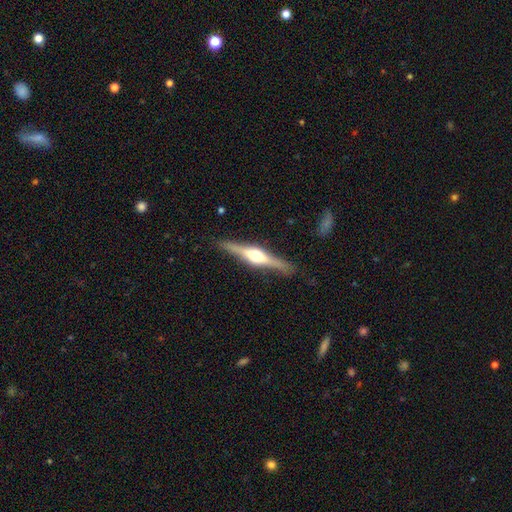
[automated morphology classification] type=featured or disk (78%); edge-on=yes (98%); edge-on bulge=rounded (93%); merging=none (89%).